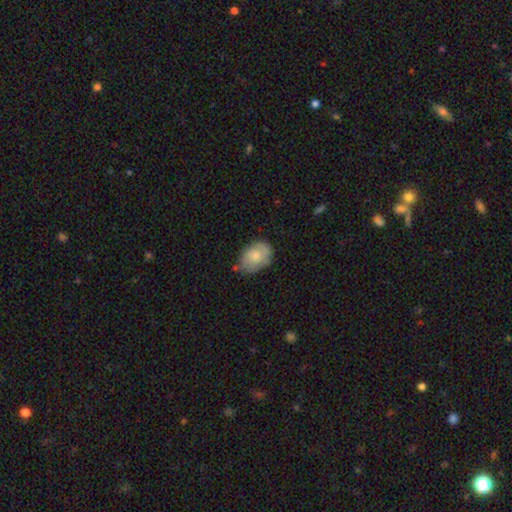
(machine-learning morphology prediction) Q: Smooth or featured?
A: smooth (65%); runner-up: featured or disk (29%)
Q: How rounded?
A: in between (79%); runner-up: round (20%)
Q: Merging?
A: none (61%); runner-up: minor disturbance (29%)